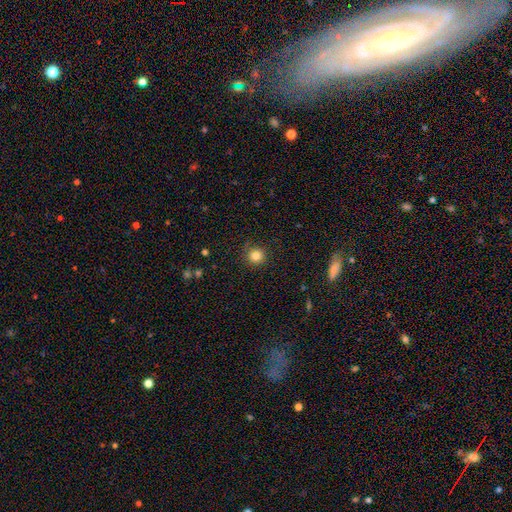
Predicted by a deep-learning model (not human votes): Smooth or featured?
  - smooth: 83% *
  - star or artifact: 12%
  - featured or disk: 5%
How rounded?
  - round: 94% *
  - in between: 5%
  - cigar-shaped: 1%
Merging?
  - none: 87% *
  - minor disturbance: 9%
  - major disturbance: 3%
  - merger: 1%